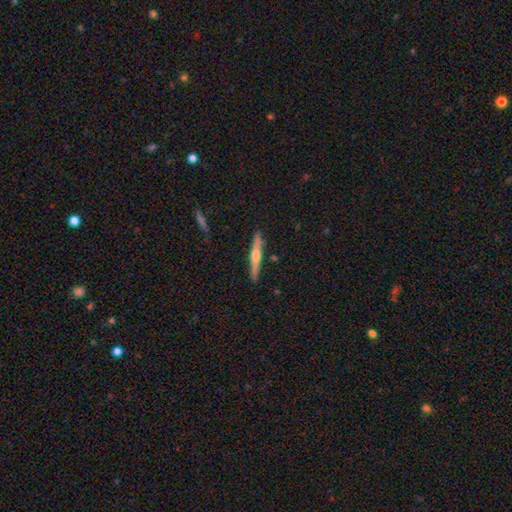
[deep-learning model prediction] A featured or disk galaxy (67%) viewed edge-on (98%) with a rounded central bulge (86%).

Vote fractions:
- Smooth or featured? featured or disk: 67% / smooth: 27% / star or artifact: 6%
- Edge-on disk? yes: 98% / no: 2%
- Edge-on bulge? rounded: 86% / boxy: 8% / none: 6%
- Merging? none: 88% / minor disturbance: 8% / major disturbance: 2% / merger: 2%